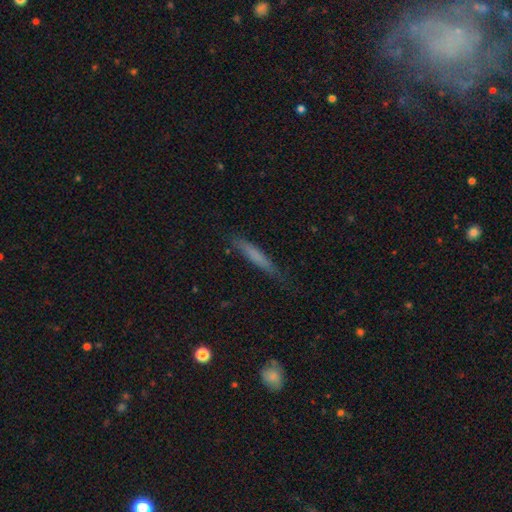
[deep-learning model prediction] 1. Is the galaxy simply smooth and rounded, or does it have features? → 65% smooth, 27% featured or disk, 8% star or artifact.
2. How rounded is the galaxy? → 93% cigar-shaped, 5% in between, 2% round.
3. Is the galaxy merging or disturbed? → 77% none, 17% minor disturbance, 4% major disturbance, 2% merger.